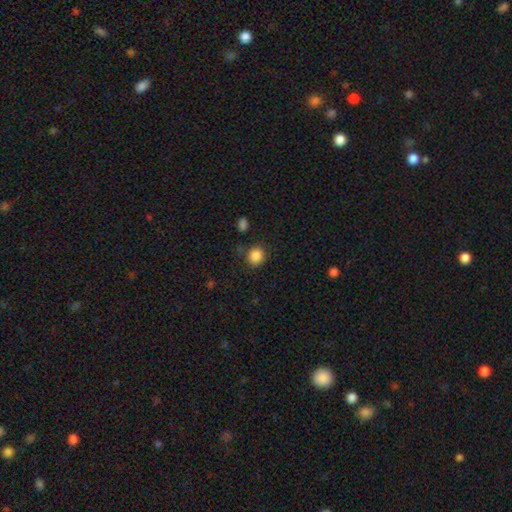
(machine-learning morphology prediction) Smooth or featured?
  - smooth: 87% *
  - star or artifact: 10%
  - featured or disk: 3%
How rounded?
  - round: 84% *
  - in between: 16%
  - cigar-shaped: 1%
Merging?
  - none: 84% *
  - minor disturbance: 9%
  - major disturbance: 3%
  - merger: 3%